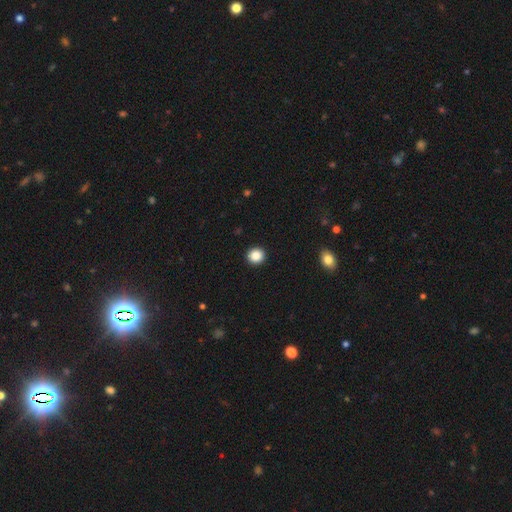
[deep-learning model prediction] Smooth or featured? smooth (87%)
How rounded? round (91%)
Merging? none (93%)